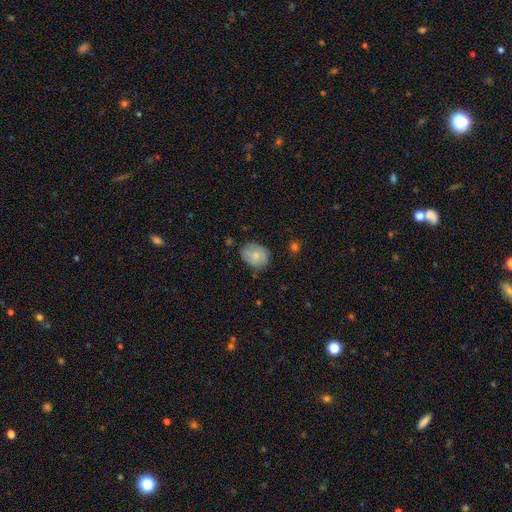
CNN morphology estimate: Overall: smooth (73%). How rounded: in between (56%; round 43%). Merging: none (69%).